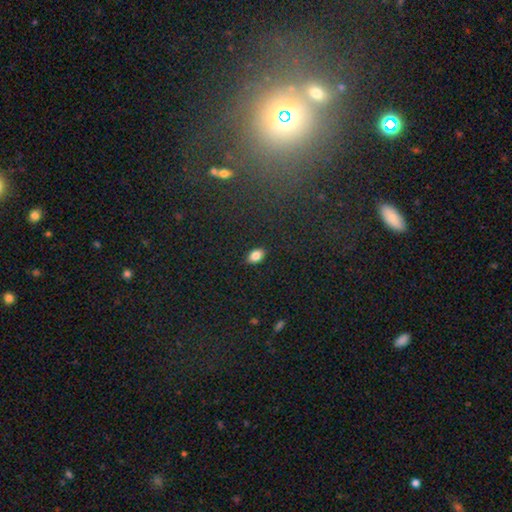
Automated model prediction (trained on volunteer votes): Smooth or featured? Predicted: smooth (p=0.84). How rounded? Predicted: in between (p=0.87). Merging? Predicted: none (p=0.89).